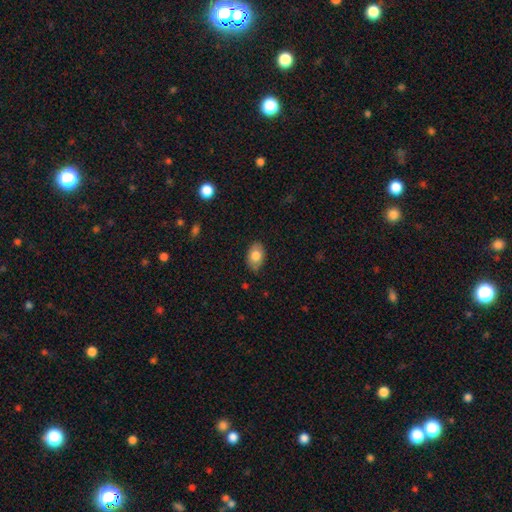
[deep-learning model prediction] Smooth or featured?
  - smooth: 79% *
  - featured or disk: 14%
  - star or artifact: 7%
How rounded?
  - in between: 89% *
  - round: 10%
  - cigar-shaped: 1%
Merging?
  - none: 82% *
  - minor disturbance: 14%
  - major disturbance: 3%
  - merger: 1%